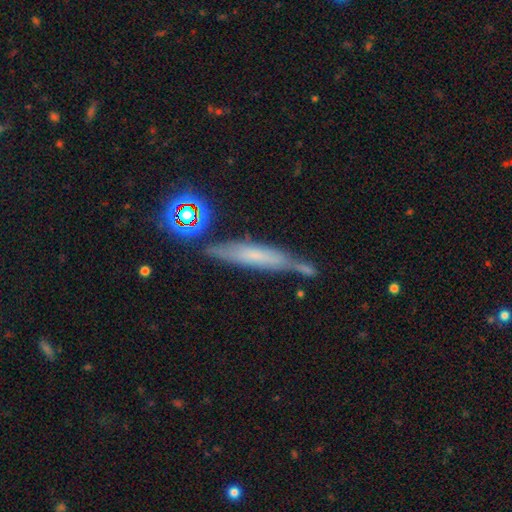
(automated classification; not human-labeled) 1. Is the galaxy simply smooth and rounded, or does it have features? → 43% smooth, 39% featured or disk, 17% star or artifact.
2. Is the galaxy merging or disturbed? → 63% none, 19% minor disturbance, 12% merger, 6% major disturbance.